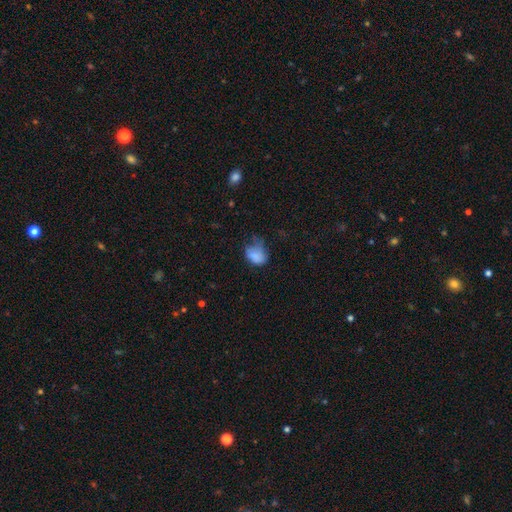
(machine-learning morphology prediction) smooth-or-featured: smooth: 77% | featured or disk: 12% | star or artifact: 11%
  how-rounded: in between: 72% | round: 27% | cigar-shaped: 1%
  merging: minor disturbance: 36% | major disturbance: 31% | none: 30% | merger: 3%